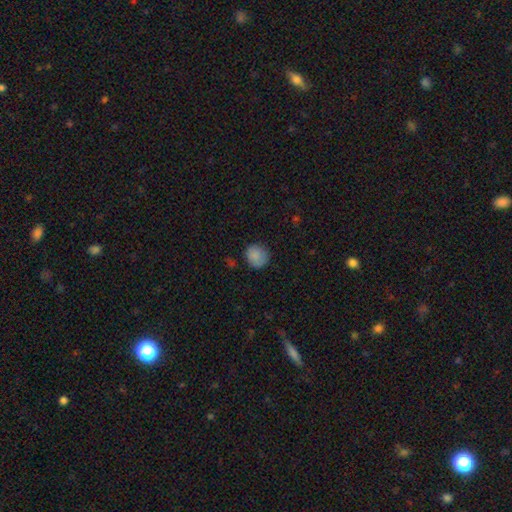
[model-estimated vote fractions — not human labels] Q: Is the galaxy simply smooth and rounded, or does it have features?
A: smooth — 86%.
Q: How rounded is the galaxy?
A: round — 88%.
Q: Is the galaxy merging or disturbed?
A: none — 80%.